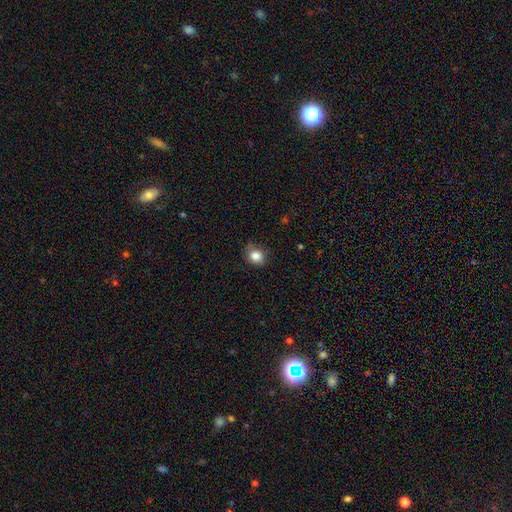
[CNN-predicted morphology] Smooth or featured?
  - smooth: 84% *
  - star or artifact: 10%
  - featured or disk: 6%
How rounded?
  - round: 62% *
  - in between: 37%
  - cigar-shaped: 1%
Merging?
  - none: 73% *
  - minor disturbance: 22%
  - major disturbance: 4%
  - merger: 1%